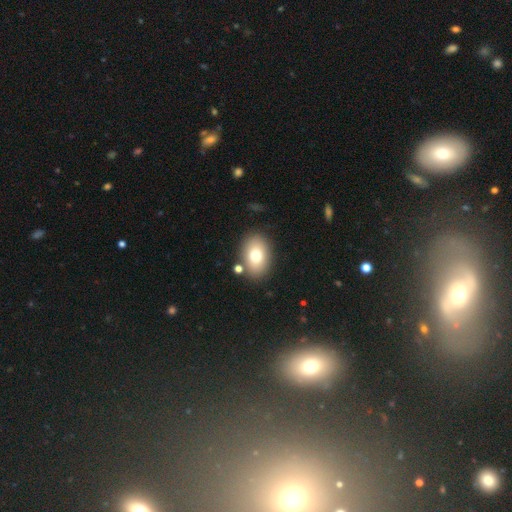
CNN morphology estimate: Smooth or featured: smooth — 77% (featured or disk — 15%)
How rounded: in between — 84% (round — 15%)
Merging: none — 83% (minor disturbance — 9%)